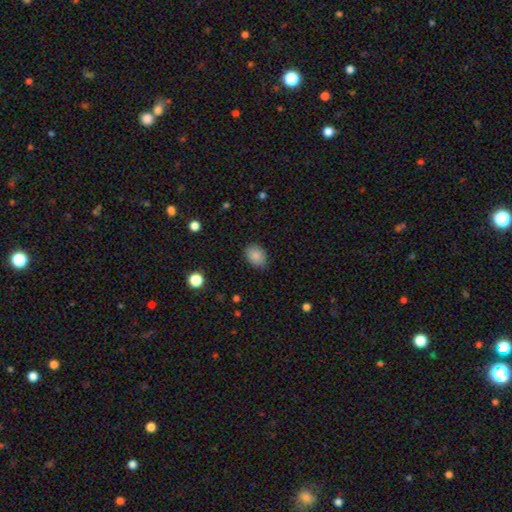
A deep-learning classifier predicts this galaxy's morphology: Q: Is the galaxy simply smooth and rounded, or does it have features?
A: smooth — 86%.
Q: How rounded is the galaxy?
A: in between — 69%.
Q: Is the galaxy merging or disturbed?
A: none — 83%.